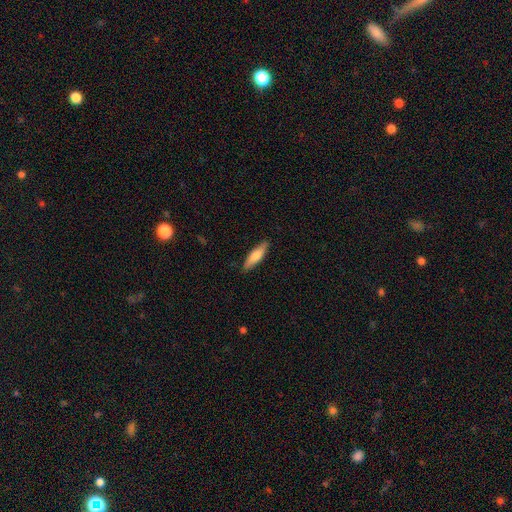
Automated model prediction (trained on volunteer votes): Overall: smooth (70%). How rounded: cigar-shaped (63%; in between 35%). Merging: none (86%).